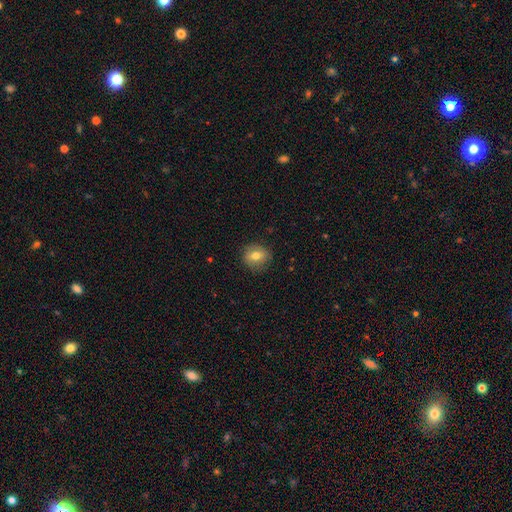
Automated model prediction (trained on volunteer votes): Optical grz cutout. It shows a smooth galaxy with no disk features (73%) that is round (77%). Merging: none (85%).